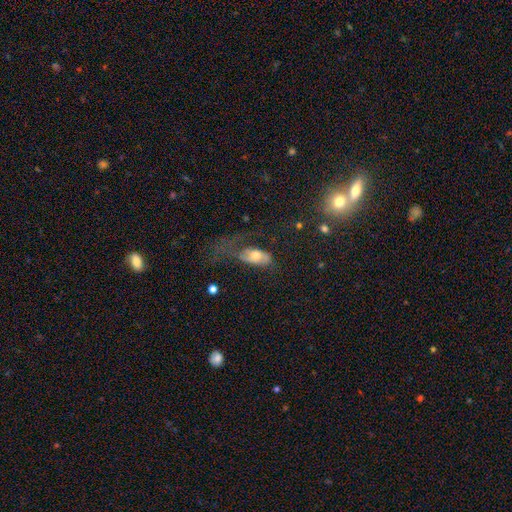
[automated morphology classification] type=smooth (55%); roundness=in between (87%); merging=major disturbance (49%).